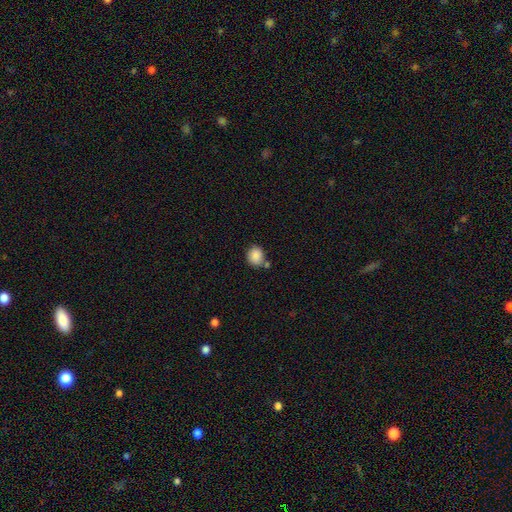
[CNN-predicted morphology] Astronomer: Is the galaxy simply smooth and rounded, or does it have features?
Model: smooth — 88%.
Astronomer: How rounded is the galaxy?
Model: round — 75%.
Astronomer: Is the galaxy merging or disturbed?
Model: none — 68%.